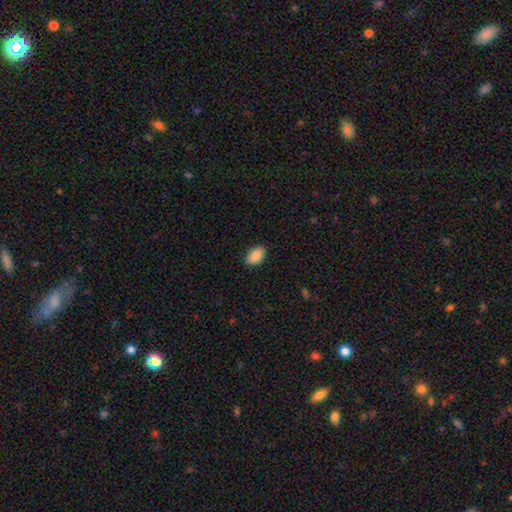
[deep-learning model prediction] A smooth galaxy with no disk features (88%) that is in between round and cigar-shaped (93%).

Vote fractions:
- Smooth or featured? smooth: 88% / star or artifact: 7% / featured or disk: 5%
- How rounded? in between: 93% / round: 5% / cigar-shaped: 1%
- Merging? none: 89% / minor disturbance: 9% / major disturbance: 2% / merger: 1%